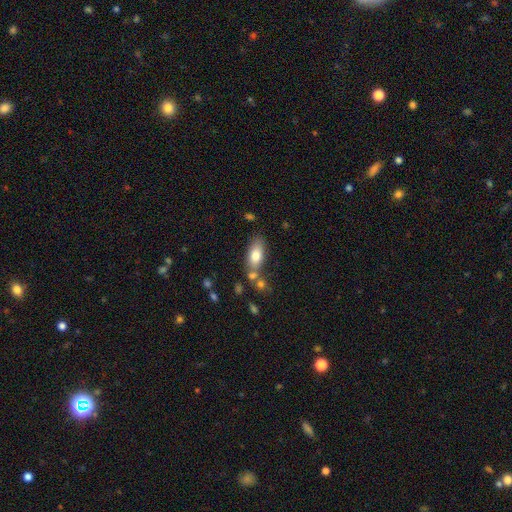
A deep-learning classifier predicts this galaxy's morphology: Overall: smooth (77%). How rounded: in between (85%). Merging: none (61%).